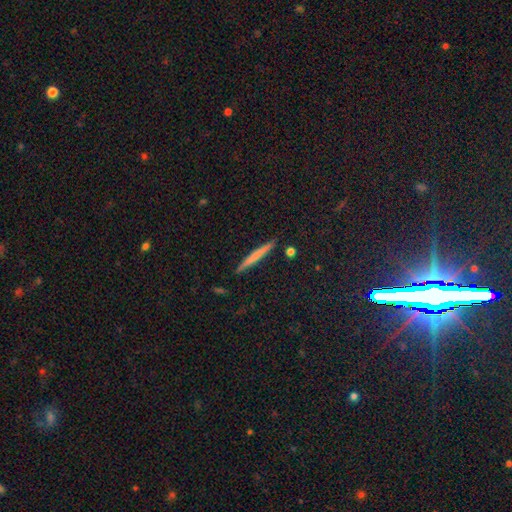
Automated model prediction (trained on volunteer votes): Q: Smooth or featured?
A: smooth (60%); runner-up: featured or disk (32%)
Q: How rounded?
A: cigar-shaped (96%); runner-up: in between (2%)
Q: Merging?
A: none (90%); runner-up: minor disturbance (7%)